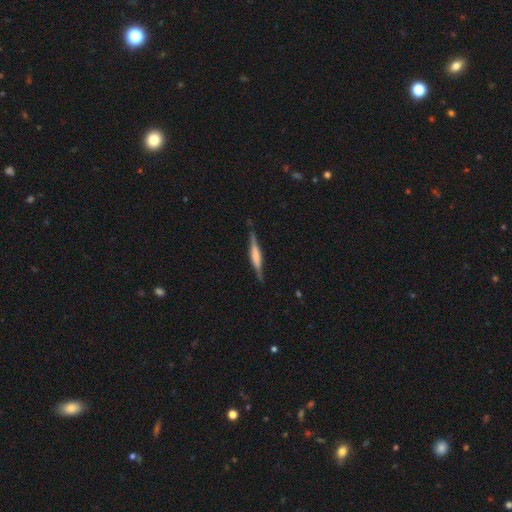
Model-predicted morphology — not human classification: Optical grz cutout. It shows a featured or disk galaxy (65%) viewed edge-on (97%) with a boxy central bulge (56%). Merging: none (85%).